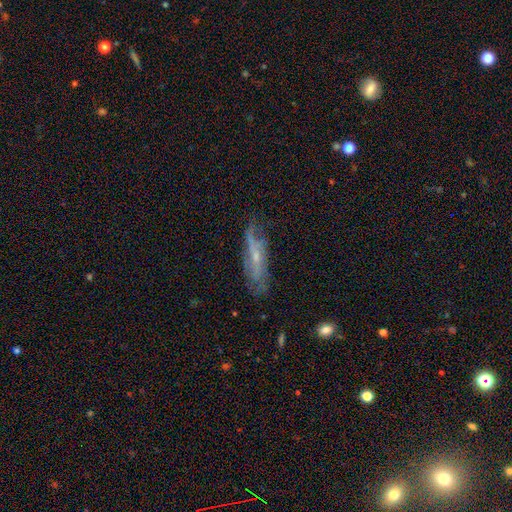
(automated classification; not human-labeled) A featured or disk galaxy (65%).

Vote fractions:
- Smooth or featured? featured or disk: 65% / smooth: 27% / star or artifact: 8%
- Edge-on disk? no: 63% / yes: 37%
- Merging? none: 62% / minor disturbance: 25% / major disturbance: 11% / merger: 2%